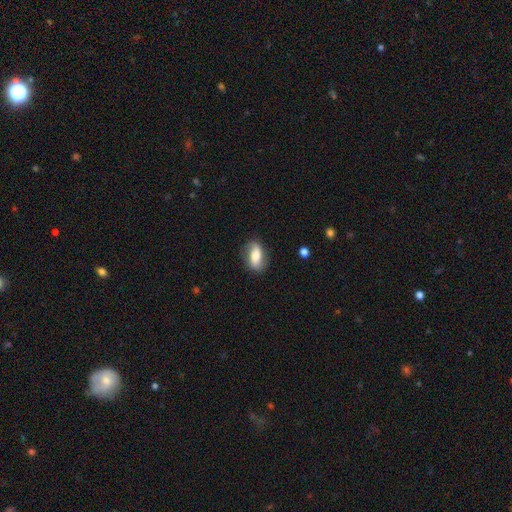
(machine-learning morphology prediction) smooth_or_featured: smooth (p=0.57) [alt: featured or disk p=0.36]
how_rounded: in between (p=0.82) [alt: cigar-shaped p=0.10]
merging: none (p=0.80) [alt: minor disturbance p=0.14]